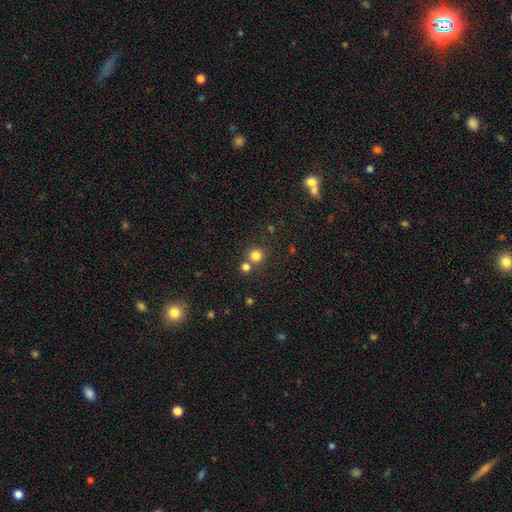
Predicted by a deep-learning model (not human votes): A smooth galaxy with no disk features (80%) that is round (92%).

Vote fractions:
- Smooth or featured? smooth: 80% / star or artifact: 14% / featured or disk: 6%
- How rounded? round: 92% / in between: 7% / cigar-shaped: 1%
- Merging? none: 68% / merger: 23% / minor disturbance: 6% / major disturbance: 3%